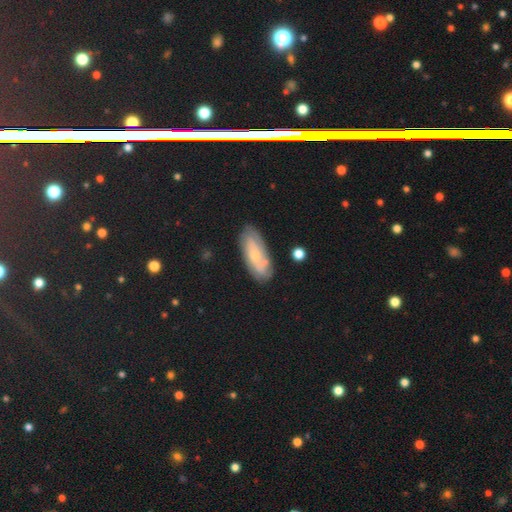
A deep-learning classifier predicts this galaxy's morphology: Smooth or featured?
  - featured or disk: 57% *
  - smooth: 34%
  - star or artifact: 9%
Edge-on disk?
  - no: 89% *
  - yes: 11%
Bar?
  - no: 72% *
  - weak: 24%
  - strong: 4%
Spiral arms?
  - yes: 80% *
  - no: 20%
Bulge size?
  - small: 65% *
  - moderate: 28%
  - none: 4%
  - large: 2%
  - dominant: 1%
Merging?
  - none: 76% *
  - minor disturbance: 16%
  - major disturbance: 4%
  - merger: 3%